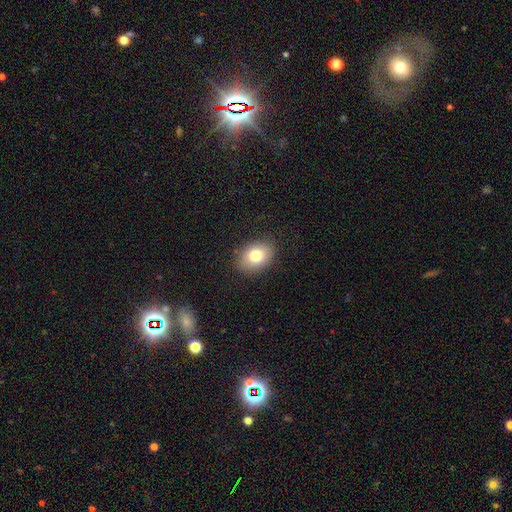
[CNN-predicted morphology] This appears to be a smooth galaxy with no disk features (79%) that is in between round and cigar-shaped (72%). Merging: none (86%).